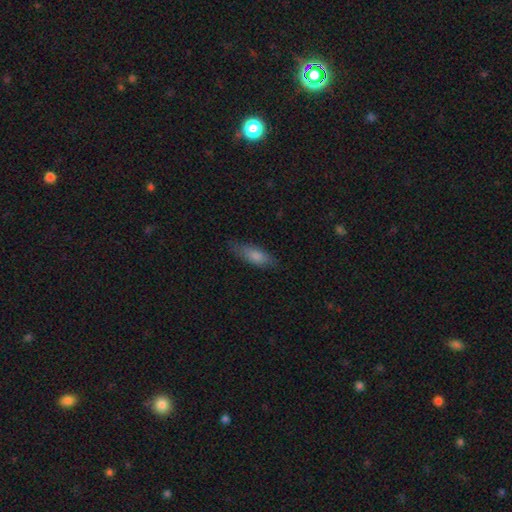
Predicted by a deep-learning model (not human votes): smooth 80%, featured or disk 13%, star or artifact 7%. Down the decision tree: how rounded — in between (66%); merging — none (72%).